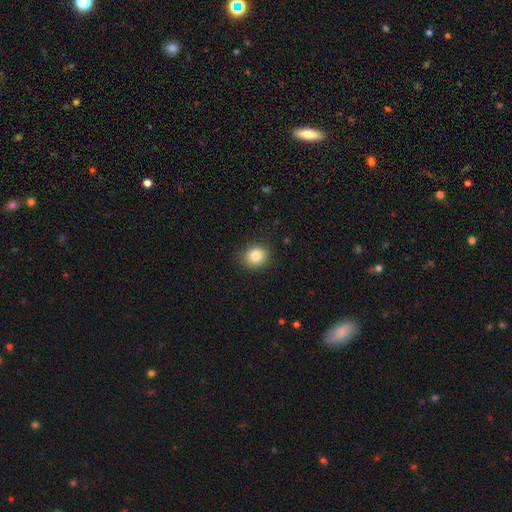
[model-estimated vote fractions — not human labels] The model was most divided on "how rounded": round: 76%, in between: 23%, cigar-shaped: 1%. More confident: merging — none (88%); smooth or featured — smooth (84%).